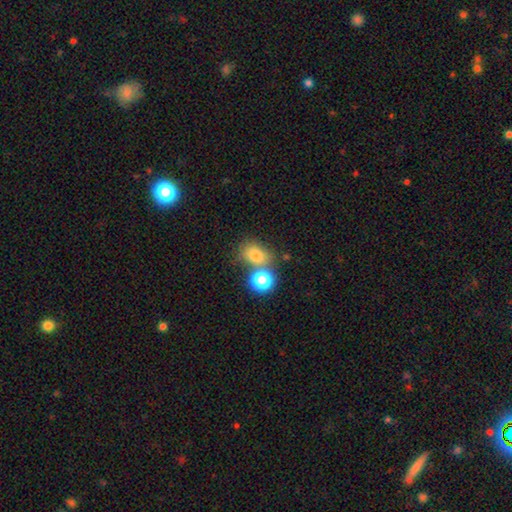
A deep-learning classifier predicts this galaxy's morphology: smooth 77%, star or artifact 14%, featured or disk 10%. Down the decision tree: how rounded — in between (53%); merging — none (51%).